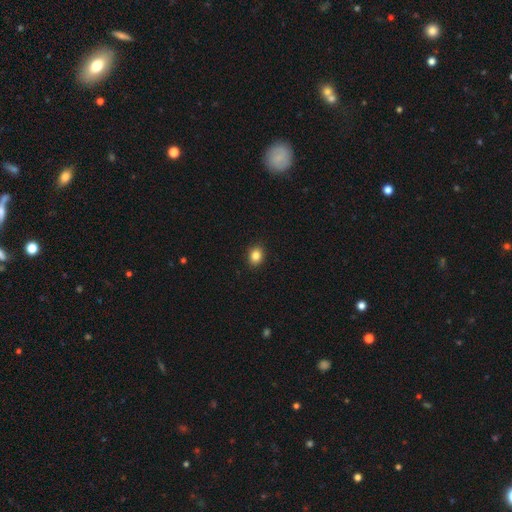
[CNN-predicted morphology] This appears to be a smooth galaxy with no disk features (85%) that is round (56%). Merging: none (91%).